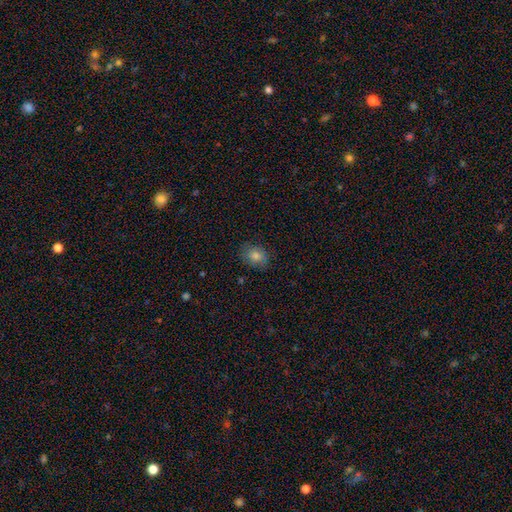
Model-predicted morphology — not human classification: This is likely a smooth galaxy (76%). How rounded: possibly in between (53%). Merging: clearly none (84%).